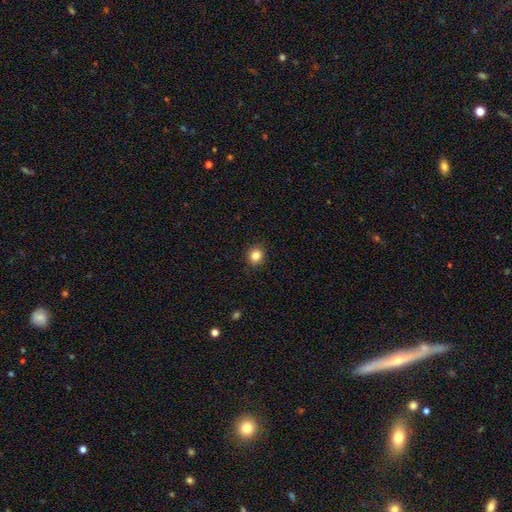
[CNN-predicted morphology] smooth-or-featured: smooth: 83% | star or artifact: 11% | featured or disk: 5%
  how-rounded: round: 84% | in between: 15% | cigar-shaped: 1%
  merging: none: 91% | minor disturbance: 7% | major disturbance: 2% | merger: 1%